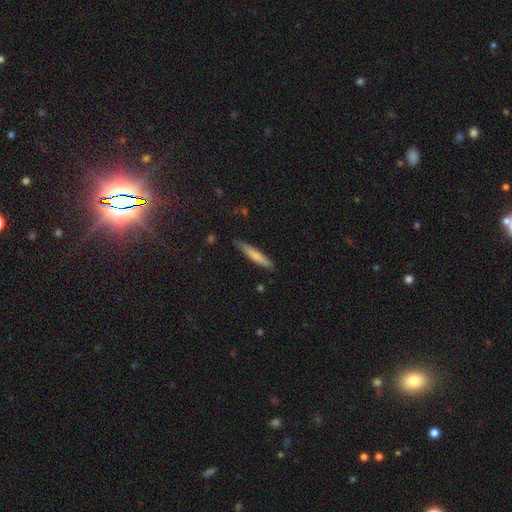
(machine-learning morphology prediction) This is likely a smooth galaxy (71%). How rounded: clearly cigar-shaped (92%). Merging: clearly none (84%).